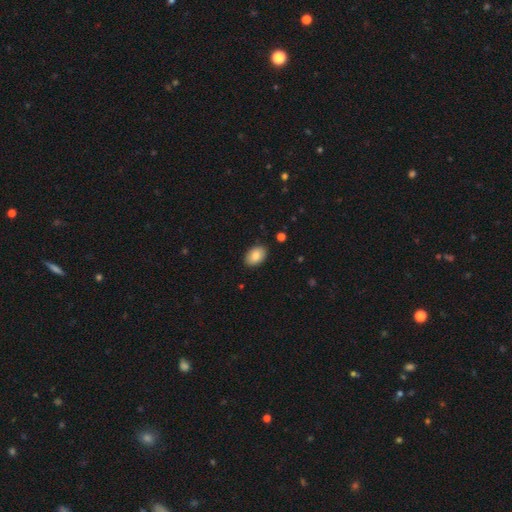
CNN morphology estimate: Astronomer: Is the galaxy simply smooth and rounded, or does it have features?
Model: smooth — 84%.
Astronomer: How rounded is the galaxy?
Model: in between — 88%.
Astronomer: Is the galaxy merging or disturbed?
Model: none — 88%.